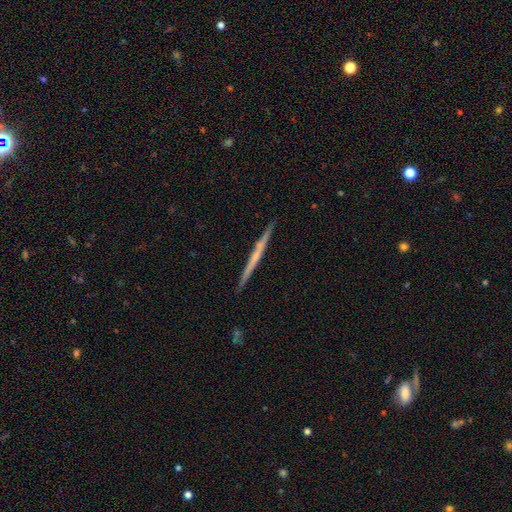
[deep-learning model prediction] Smooth or featured? Predicted: featured or disk (p=0.66). Edge-on disk? Predicted: yes (p=0.98). Edge-on bulge? Predicted: none (p=0.71). Merging? Predicted: none (p=0.92).